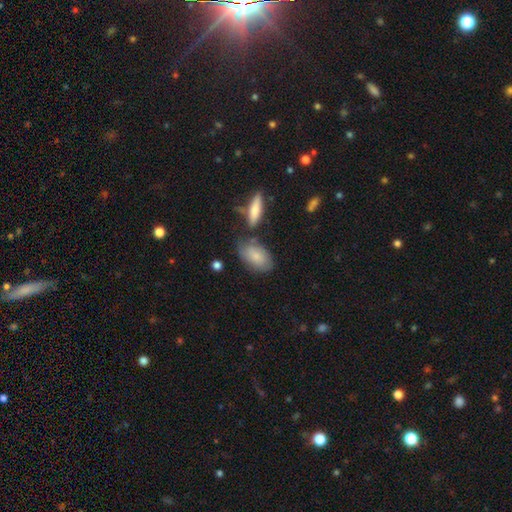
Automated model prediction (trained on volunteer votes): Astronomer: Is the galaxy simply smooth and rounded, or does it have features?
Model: smooth — 79%.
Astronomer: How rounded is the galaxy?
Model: in between — 91%.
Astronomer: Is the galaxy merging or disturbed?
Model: none — 59%.